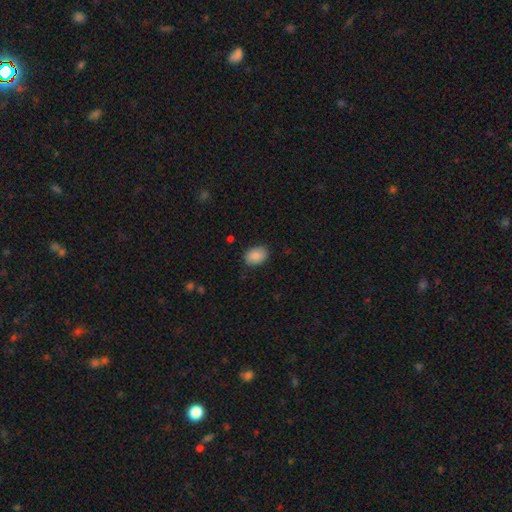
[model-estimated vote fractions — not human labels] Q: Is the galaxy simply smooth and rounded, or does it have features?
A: smooth — 87%.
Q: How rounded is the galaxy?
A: in between — 75%.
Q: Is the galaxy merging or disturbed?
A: none — 85%.